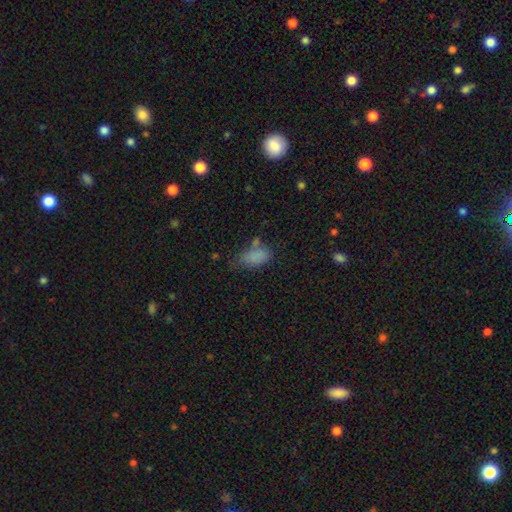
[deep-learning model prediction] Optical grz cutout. It shows a smooth galaxy with no disk features (79%) that is in between round and cigar-shaped (90%). Merging: none (47%).